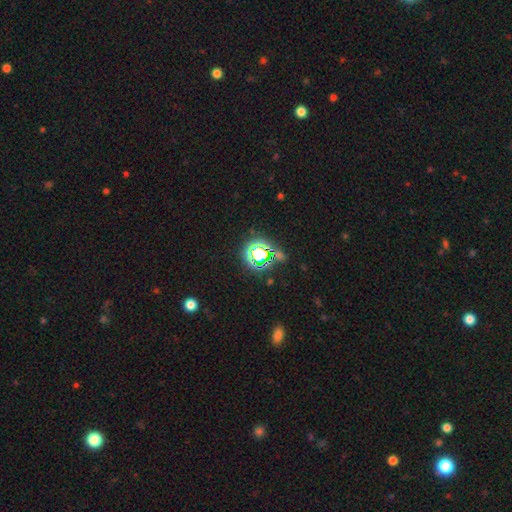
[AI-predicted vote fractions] smooth_or_featured: star or artifact (p=0.69) [alt: smooth p=0.21]